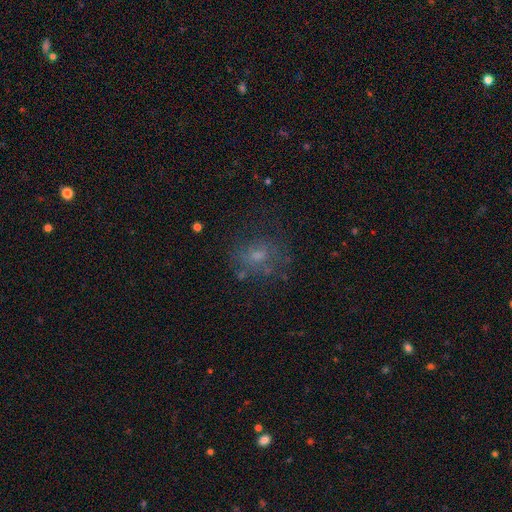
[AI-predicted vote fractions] This appears to be a smooth galaxy with no disk features (47%). Merging: none (62%).